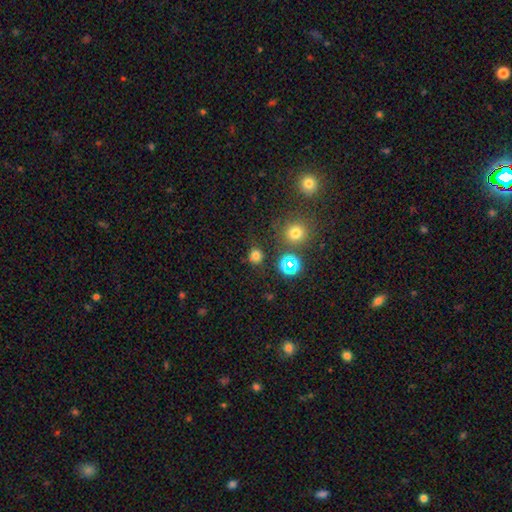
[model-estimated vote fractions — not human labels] A smooth galaxy with no disk features (72%) that is round (86%).

Vote fractions:
- Smooth or featured? smooth: 72% / star or artifact: 22% / featured or disk: 5%
- How rounded? round: 86% / in between: 13% / cigar-shaped: 1%
- Merging? none: 81% / minor disturbance: 10% / merger: 5% / major disturbance: 4%